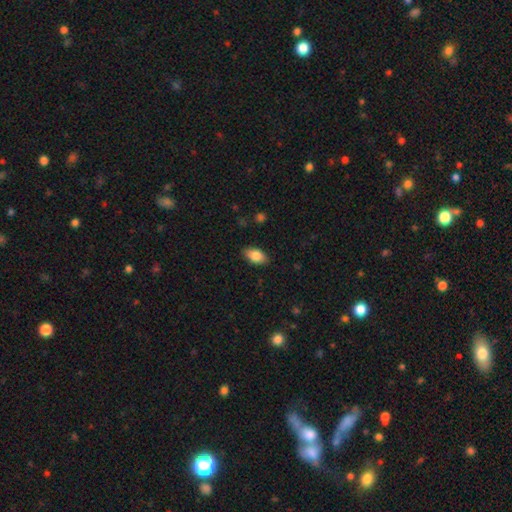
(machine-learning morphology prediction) The model was most divided on "smooth or featured": smooth: 84%, featured or disk: 9%, star or artifact: 7%. More confident: how rounded — in between (91%); merging — none (86%).